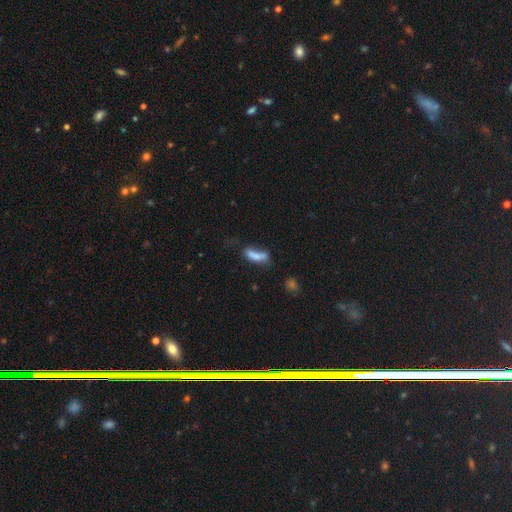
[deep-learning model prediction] smooth 70%, featured or disk 20%, star or artifact 11%. Down the decision tree: how rounded — in between (57%); merging — none (32%, tied with merger).